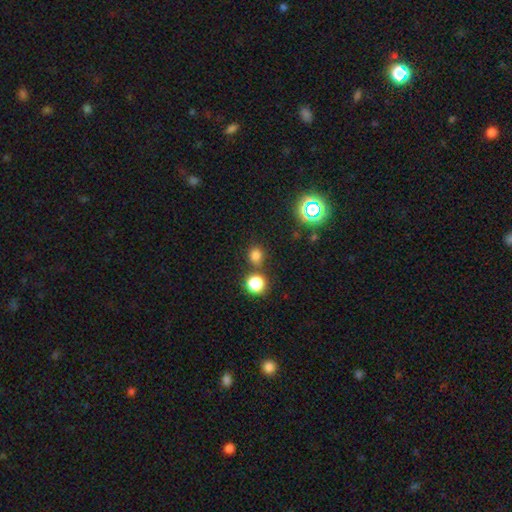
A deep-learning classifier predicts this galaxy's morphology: A smooth galaxy with no disk features (75%) that is round (84%). Merging: none (74%).